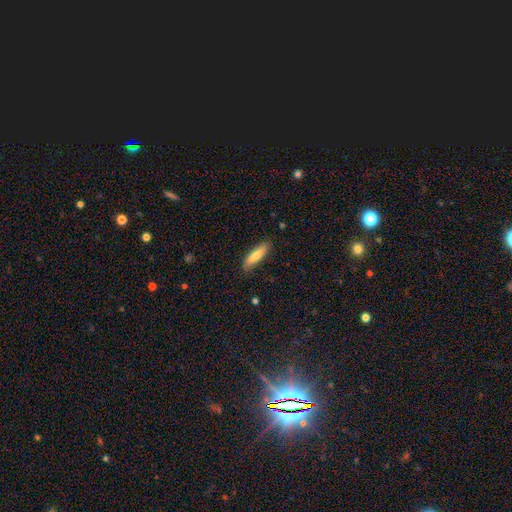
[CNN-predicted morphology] smooth 75%, featured or disk 19%, star or artifact 6%. Down the decision tree: how rounded — cigar-shaped (67%); merging — none (85%).